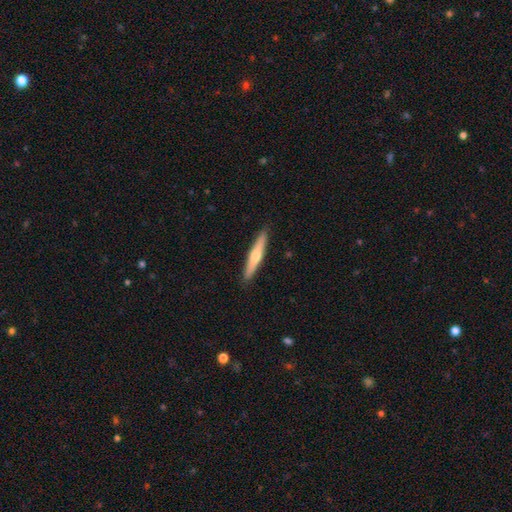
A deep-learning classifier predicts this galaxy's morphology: A featured or disk galaxy (50%). Merging: none (91%).